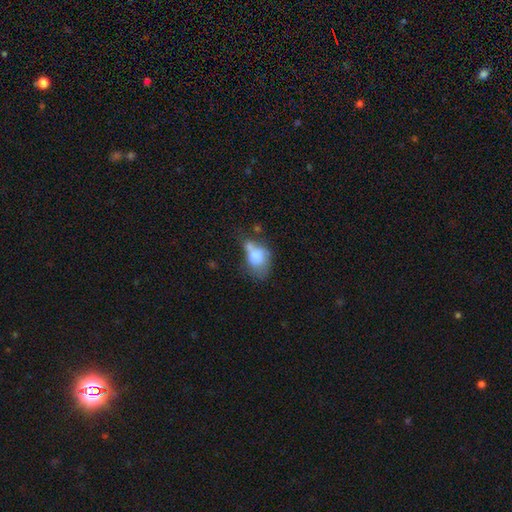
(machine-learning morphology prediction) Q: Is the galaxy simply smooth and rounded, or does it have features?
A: smooth — 70%.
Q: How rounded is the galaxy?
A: in between — 71%.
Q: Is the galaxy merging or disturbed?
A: merger — 35%.